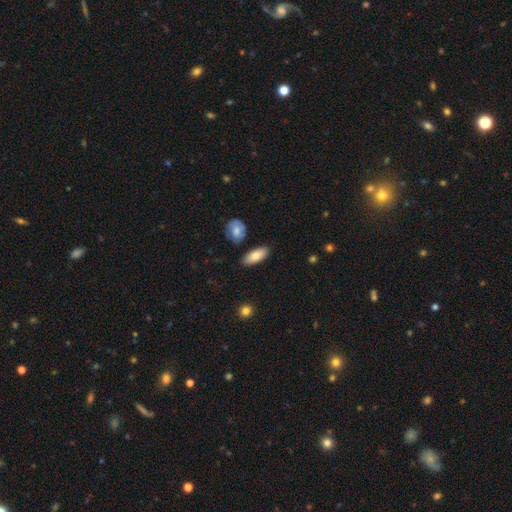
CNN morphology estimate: Smooth or featured? Predicted: smooth (p=0.82). How rounded? Predicted: in between (p=0.84). Merging? Predicted: none (p=0.83).